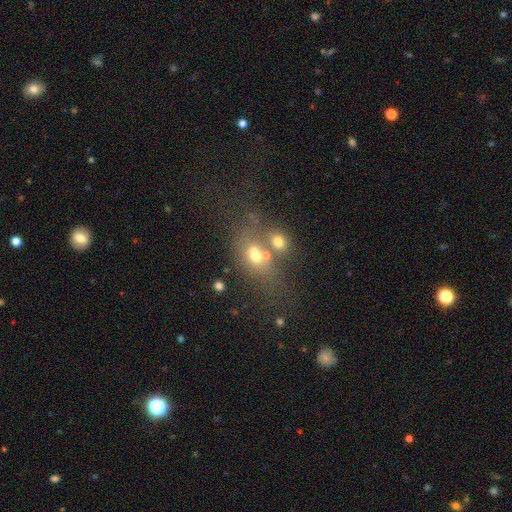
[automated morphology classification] This appears to be a smooth galaxy with no disk features (54%) that is in between round and cigar-shaped (60%). Merging: merger (47%).